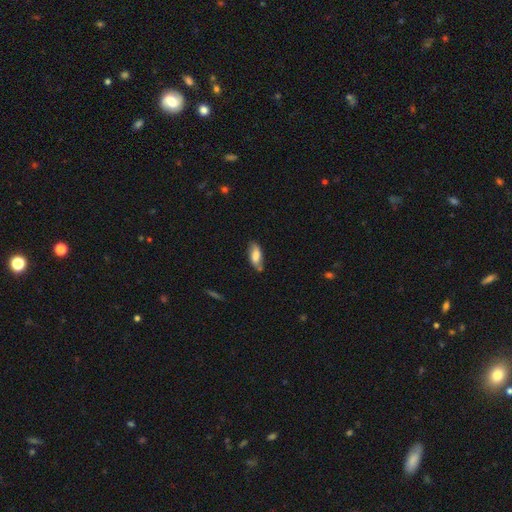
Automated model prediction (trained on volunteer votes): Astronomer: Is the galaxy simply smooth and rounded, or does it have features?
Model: smooth — 69%.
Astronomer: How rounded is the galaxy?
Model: in between — 81%.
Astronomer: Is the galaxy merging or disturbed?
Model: none — 67%.